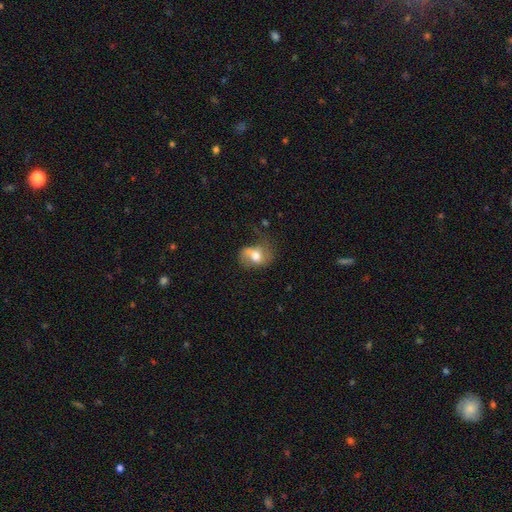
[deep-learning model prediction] A smooth galaxy with no disk features (49%).

Vote fractions:
- Smooth or featured? smooth: 49% / featured or disk: 42% / star or artifact: 9%
- Merging? none: 42% / minor disturbance: 29% / major disturbance: 25% / merger: 5%